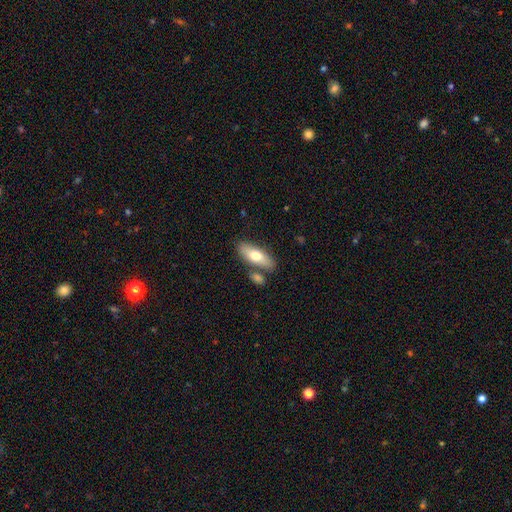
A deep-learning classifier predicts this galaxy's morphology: The model was most divided on "how rounded": in between: 70%, cigar-shaped: 28%, round: 3%. More confident: merging — none (70%); smooth or featured — smooth (68%).